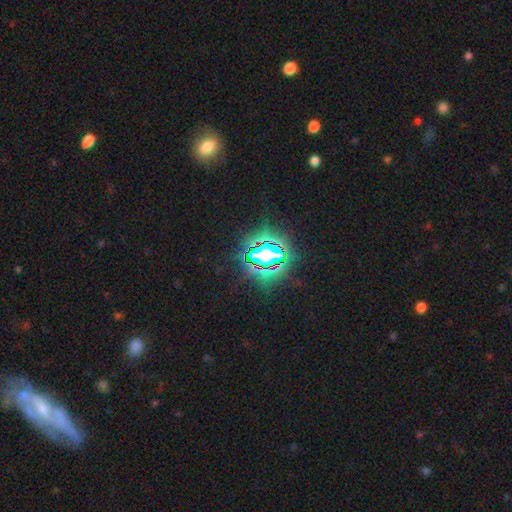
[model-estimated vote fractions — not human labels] Overall: star or artifact (81%).